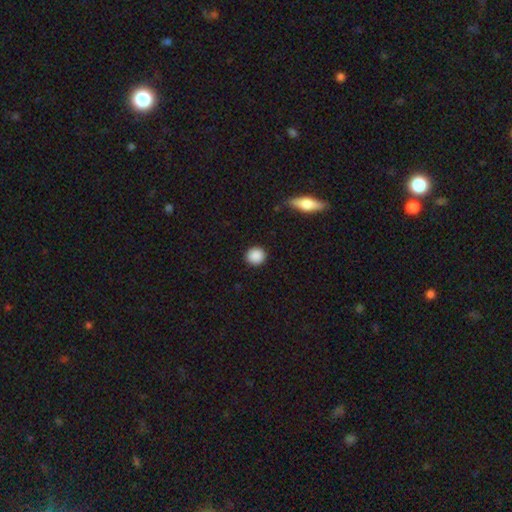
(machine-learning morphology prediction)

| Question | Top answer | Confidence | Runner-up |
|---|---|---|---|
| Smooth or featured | smooth | 89% | star or artifact (8%) |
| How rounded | round | 92% | in between (7%) |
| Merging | none | 91% | minor disturbance (6%) |